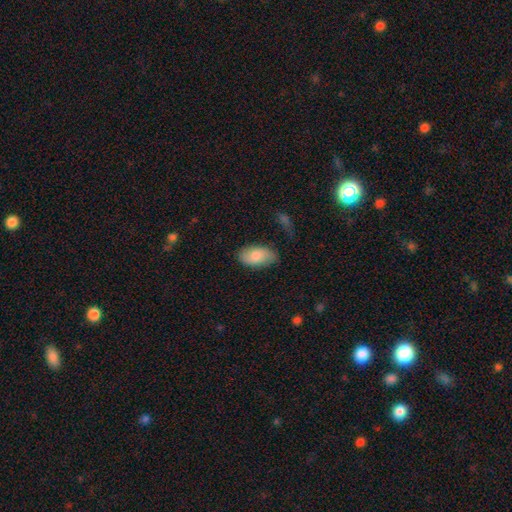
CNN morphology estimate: Smooth or featured? Predicted: smooth (p=0.83). How rounded? Predicted: in between (p=0.95). Merging? Predicted: none (p=0.78).